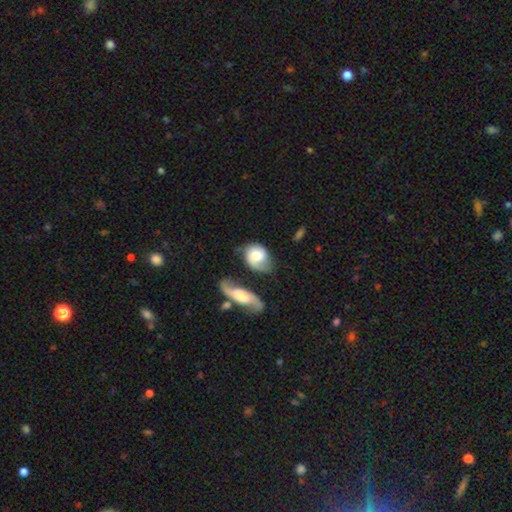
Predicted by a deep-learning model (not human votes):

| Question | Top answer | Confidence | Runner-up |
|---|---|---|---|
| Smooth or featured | featured or disk | 47% | tied: smooth (47%) |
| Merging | none | 39% | minor disturbance (27%) |